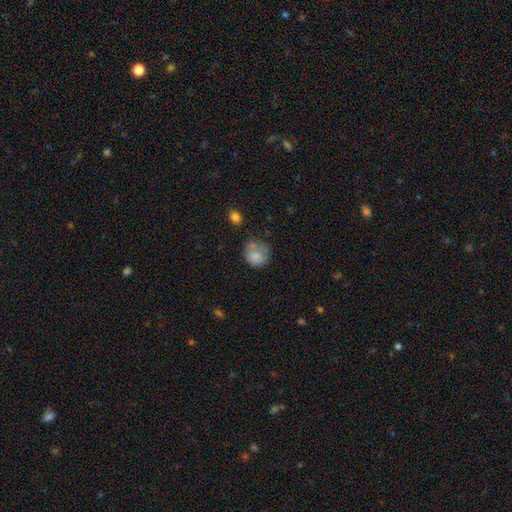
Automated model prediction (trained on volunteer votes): smooth-or-featured: smooth: 76% | featured or disk: 15% | star or artifact: 9%
  how-rounded: round: 77% | in between: 22% | cigar-shaped: 1%
  merging: none: 46% | minor disturbance: 28% | major disturbance: 14% | merger: 12%